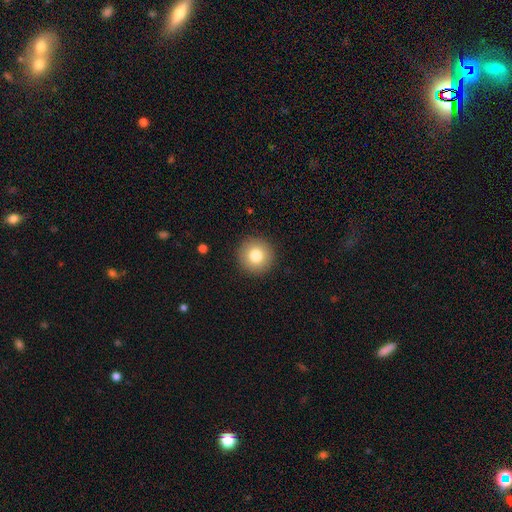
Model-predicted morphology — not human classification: Overall: smooth (80%). How rounded: round (96%). Merging: none (92%).